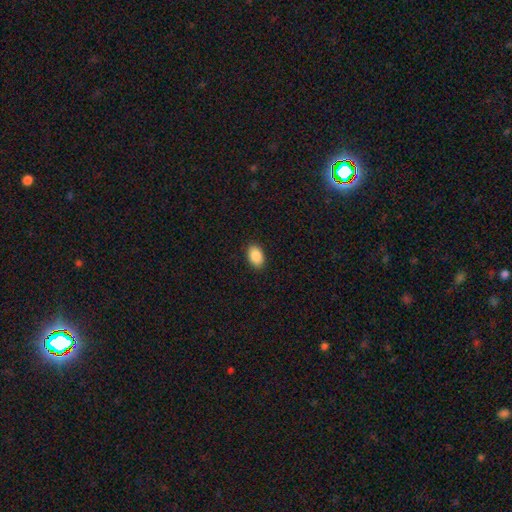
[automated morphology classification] A smooth galaxy with no disk features (89%) that is in between round and cigar-shaped (89%). Merging: none (90%).